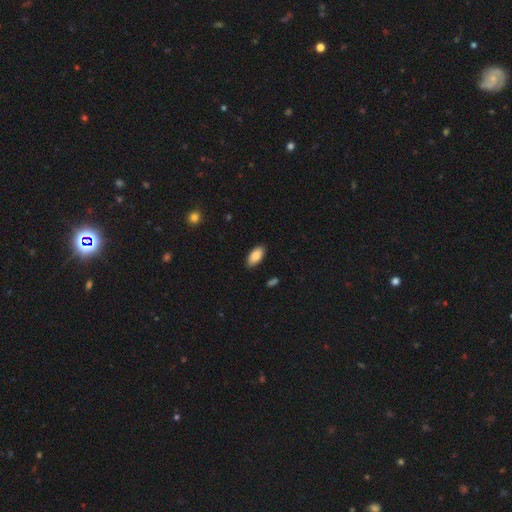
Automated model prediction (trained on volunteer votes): A smooth galaxy with no disk features (82%) that is in between round and cigar-shaped (92%).

Vote fractions:
- Smooth or featured? smooth: 82% / featured or disk: 11% / star or artifact: 7%
- How rounded? in between: 92% / cigar-shaped: 5% / round: 2%
- Merging? none: 88% / minor disturbance: 9% / major disturbance: 2% / merger: 1%